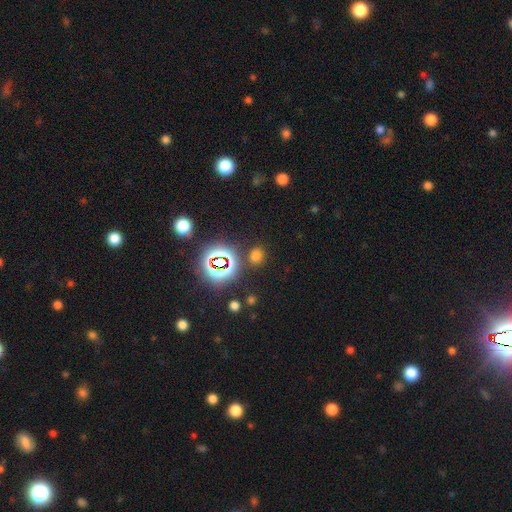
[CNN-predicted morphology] type=smooth (62%); roundness=round (74%); merging=none (83%).